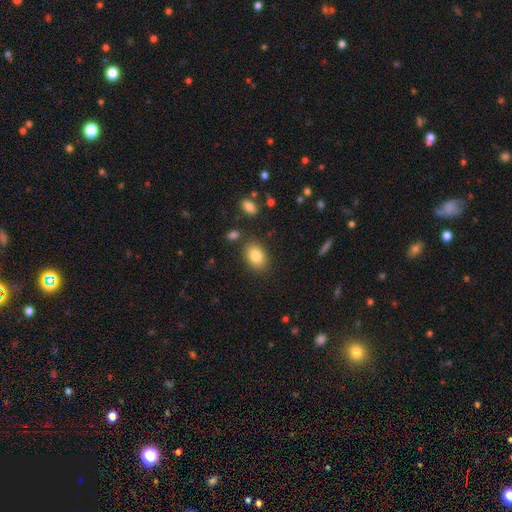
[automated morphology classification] This is clearly a smooth galaxy (84%). How rounded: clearly in between (82%). Merging: clearly none (83%).